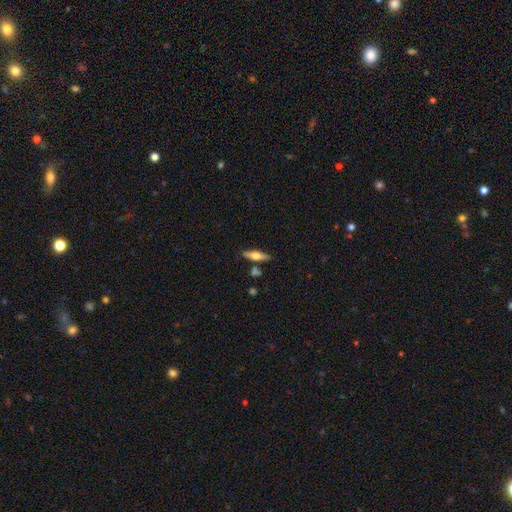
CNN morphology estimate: smooth_or_featured: smooth (p=0.48) [alt: featured or disk p=0.46]
merging: none (p=0.82) [alt: minor disturbance p=0.10]